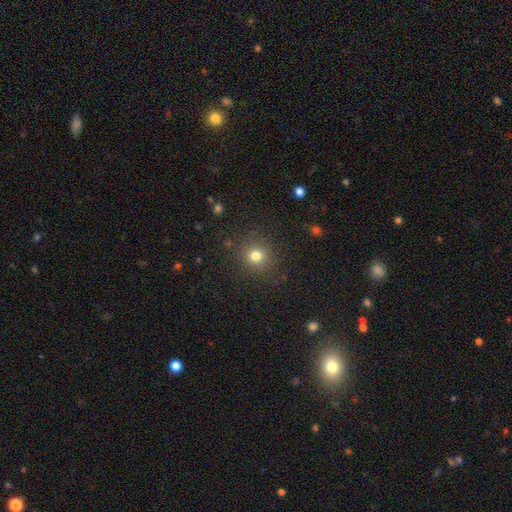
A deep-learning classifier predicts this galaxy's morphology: A smooth galaxy with no disk features (78%) that is round (92%). Merging: none (88%).